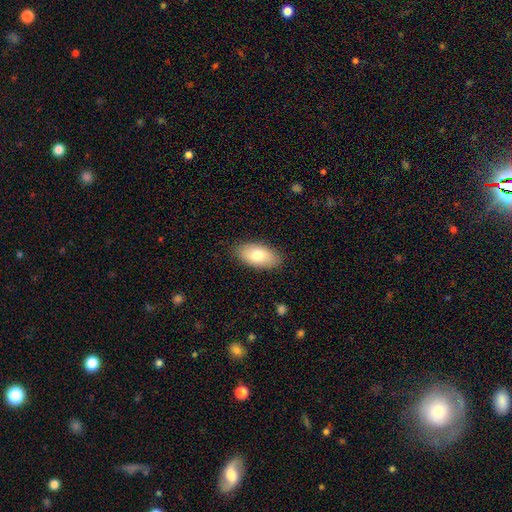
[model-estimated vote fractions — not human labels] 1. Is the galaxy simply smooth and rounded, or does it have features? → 76% smooth, 17% featured or disk, 6% star or artifact.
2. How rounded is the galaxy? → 93% in between, 4% cigar-shaped, 3% round.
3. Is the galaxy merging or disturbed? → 87% none, 10% minor disturbance, 2% major disturbance, 1% merger.